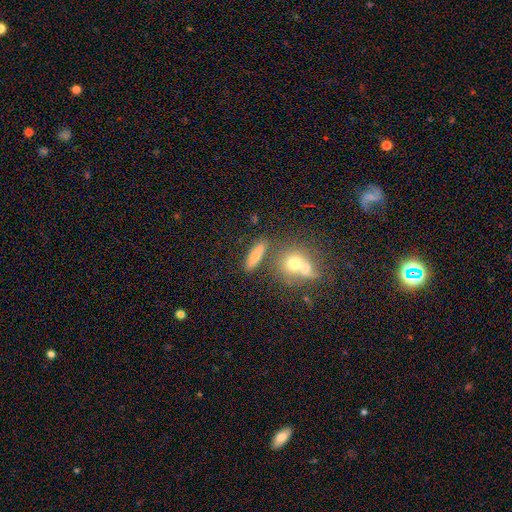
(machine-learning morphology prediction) type=smooth (72%); roundness=cigar-shaped (53%); merging=none (69%).